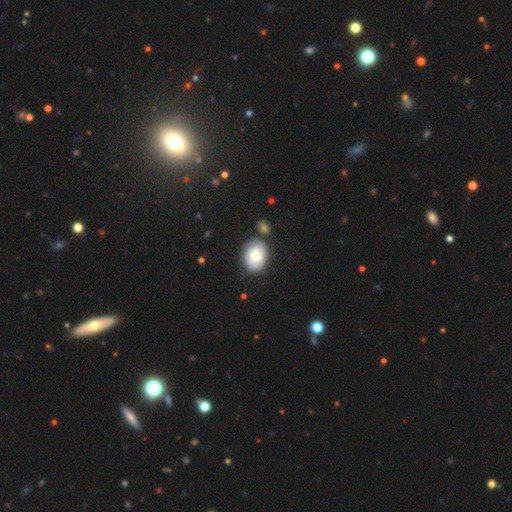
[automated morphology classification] A smooth galaxy with no disk features (67%) that is in between round and cigar-shaped (60%). Merging: none (70%).